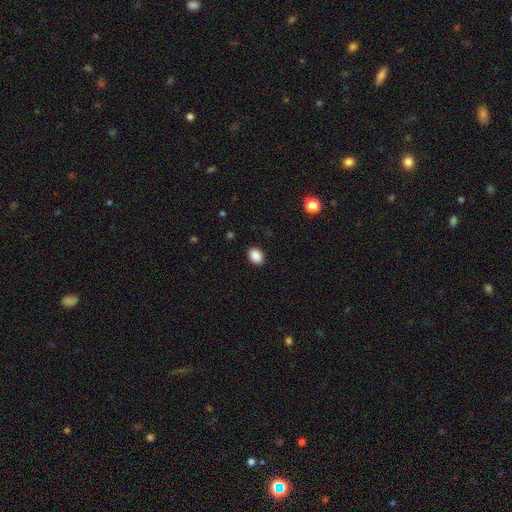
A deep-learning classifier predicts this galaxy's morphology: This appears to be a smooth galaxy with no disk features (89%) that is in between round and cigar-shaped (72%). Merging: none (90%).